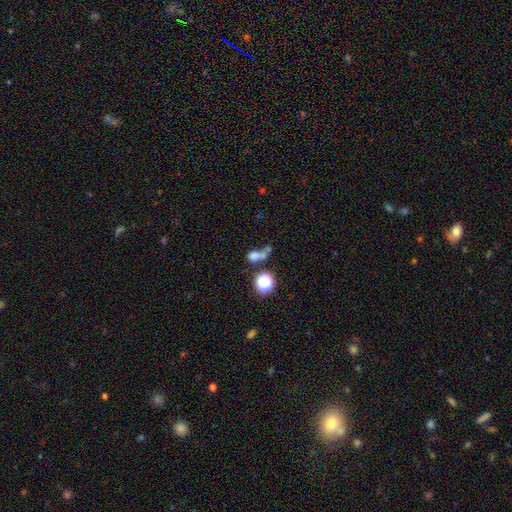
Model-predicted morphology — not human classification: A smooth galaxy with no disk features (66%) that is round (59%).

Vote fractions:
- Smooth or featured? smooth: 66% / star or artifact: 20% / featured or disk: 14%
- How rounded? round: 59% / in between: 38% / cigar-shaped: 3%
- Merging? merger: 45% / none: 30% / major disturbance: 14% / minor disturbance: 11%